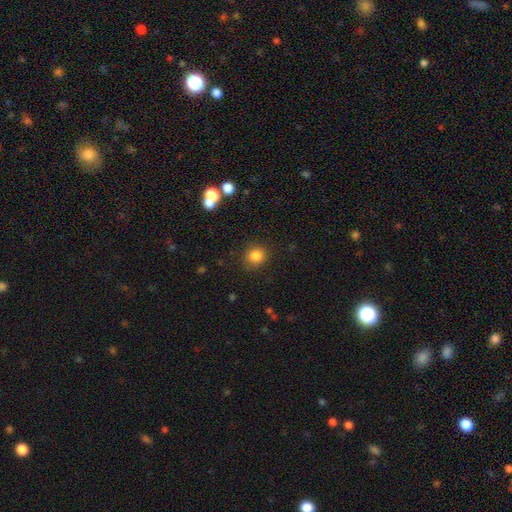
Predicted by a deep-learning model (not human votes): Morphology: type=smooth (83%); roundness=round (86%); merging=none (88%).